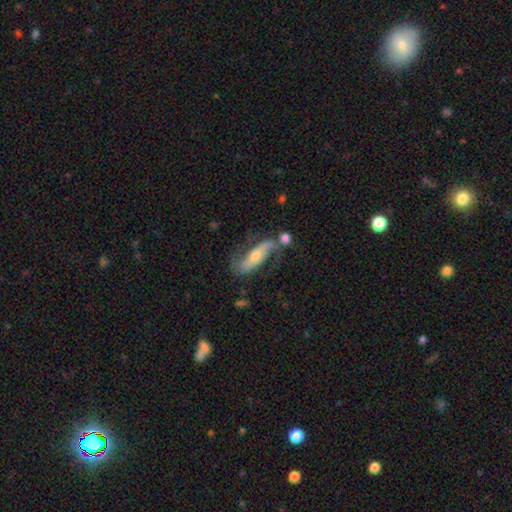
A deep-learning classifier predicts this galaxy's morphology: type=featured or disk (72%); edge-on=no (79%); bar=no (43%); spiral arms=yes (88%); bulge=moderate (53%); merging=none (55%).